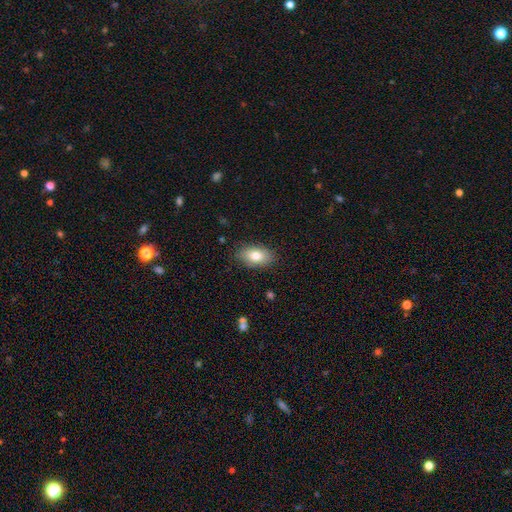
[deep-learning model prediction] Morphology: type=smooth (80%); roundness=in between (91%); merging=none (85%).